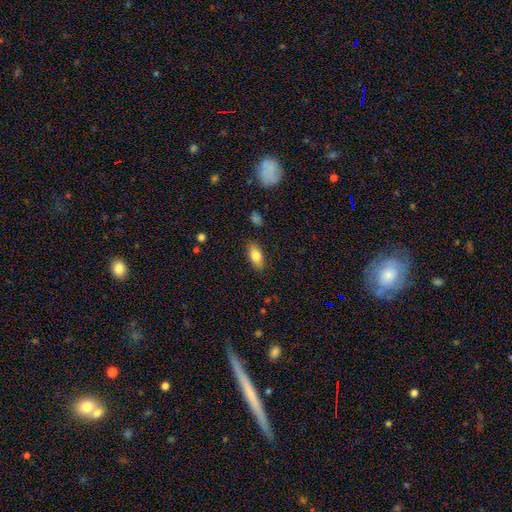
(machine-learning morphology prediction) Smooth or featured? smooth (80%)
How rounded? in between (86%)
Merging? none (87%)